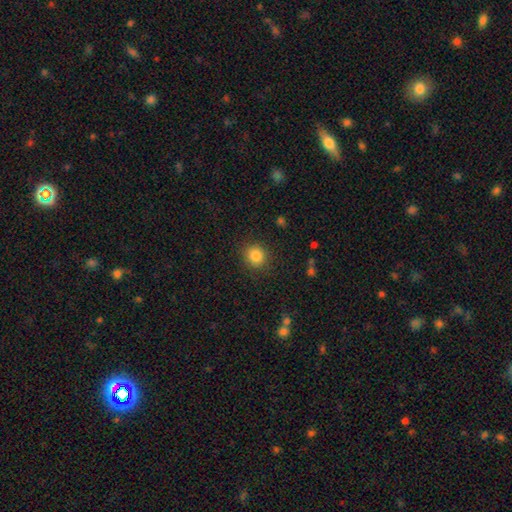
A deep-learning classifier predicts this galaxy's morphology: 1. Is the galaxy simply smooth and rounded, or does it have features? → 84% smooth, 11% star or artifact, 5% featured or disk.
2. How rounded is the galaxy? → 87% round, 12% in between, 1% cigar-shaped.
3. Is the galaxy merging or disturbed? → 88% none, 8% minor disturbance, 3% major disturbance, 1% merger.